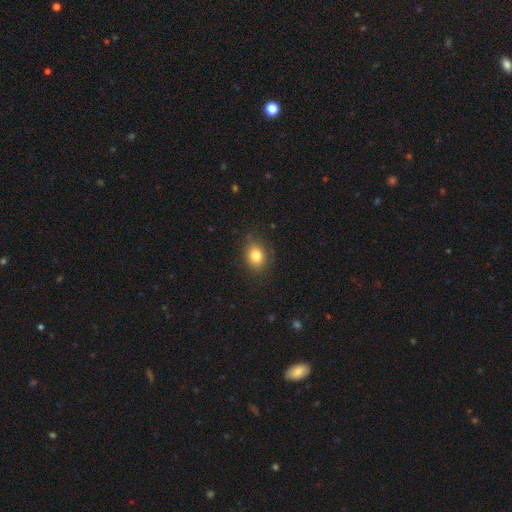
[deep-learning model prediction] Smooth or featured: smooth — 81% (star or artifact — 11%)
How rounded: in between — 52% (round — 47%)
Merging: none — 83% (minor disturbance — 13%)